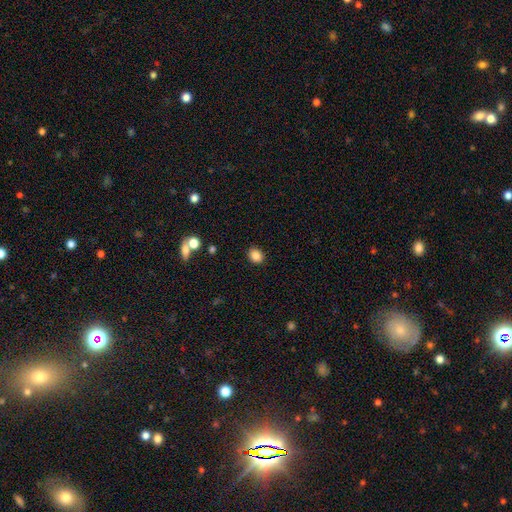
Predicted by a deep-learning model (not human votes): A smooth galaxy with no disk features (86%) that is round (52%). Merging: none (88%).